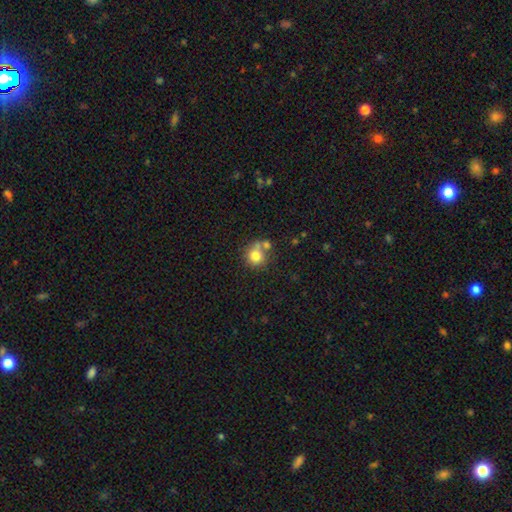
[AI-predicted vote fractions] smooth_or_featured: smooth (p=0.76) [alt: featured or disk p=0.13]
how_rounded: round (p=0.85) [alt: in between p=0.14]
merging: none (p=0.50) [alt: merger p=0.31]